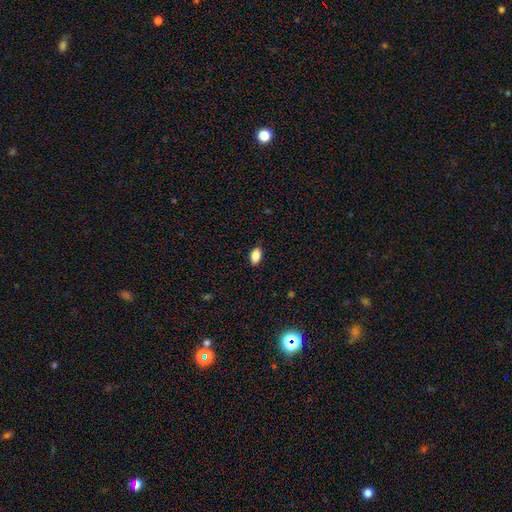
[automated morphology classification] smooth 86%, star or artifact 8%, featured or disk 5%. Down the decision tree: how rounded — in between (91%); merging — none (86%).